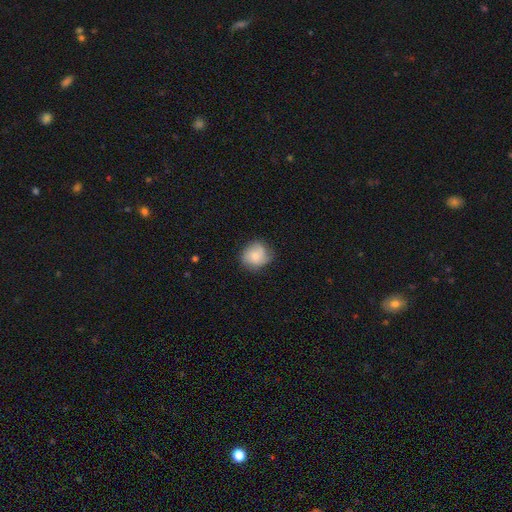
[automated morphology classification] Smooth or featured: smooth — 63% (featured or disk — 30%)
How rounded: round — 80% (in between — 19%)
Merging: none — 67% (minor disturbance — 25%)